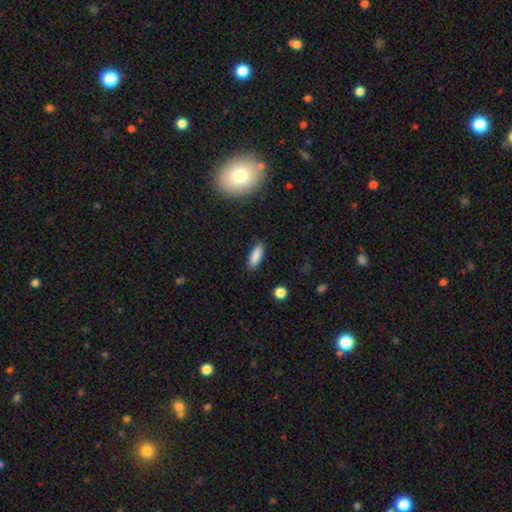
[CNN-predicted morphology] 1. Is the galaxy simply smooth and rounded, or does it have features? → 87% smooth, 8% star or artifact, 6% featured or disk.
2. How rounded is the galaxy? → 58% in between, 40% cigar-shaped, 2% round.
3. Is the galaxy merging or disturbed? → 88% none, 9% minor disturbance, 2% major disturbance, 1% merger.